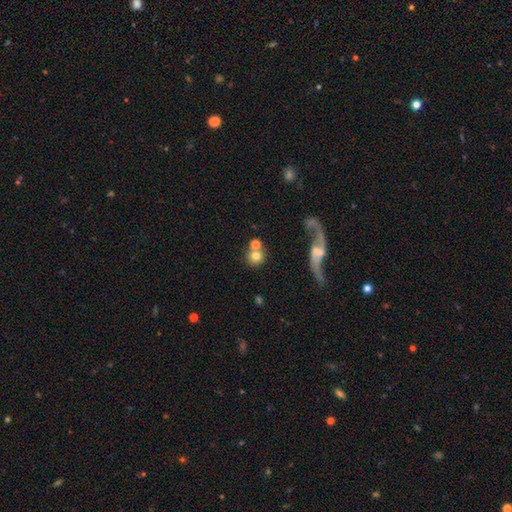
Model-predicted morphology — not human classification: A smooth galaxy with no disk features (69%) that is round (91%).

Vote fractions:
- Smooth or featured? smooth: 69% / featured or disk: 21% / star or artifact: 10%
- How rounded? round: 91% / in between: 8% / cigar-shaped: 2%
- Merging? none: 60% / merger: 26% / minor disturbance: 9% / major disturbance: 6%